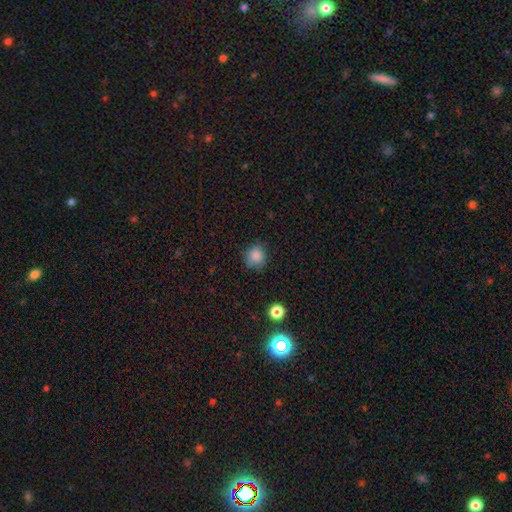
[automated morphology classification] Smooth or featured: smooth — 85% (star or artifact — 11%)
How rounded: round — 84% (in between — 15%)
Merging: none — 81% (minor disturbance — 15%)